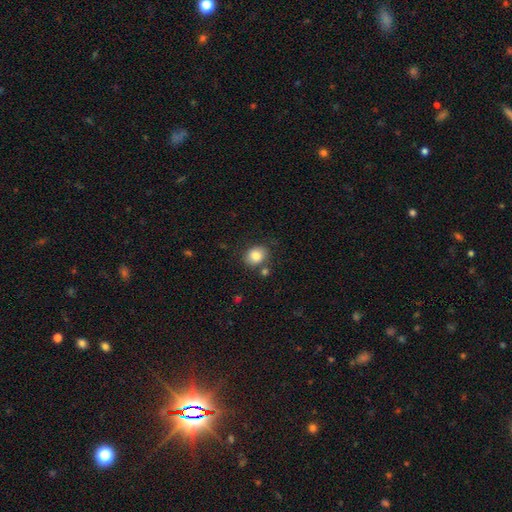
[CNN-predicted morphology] This appears to be a smooth galaxy with no disk features (84%) that is round (61%). Merging: none (75%).